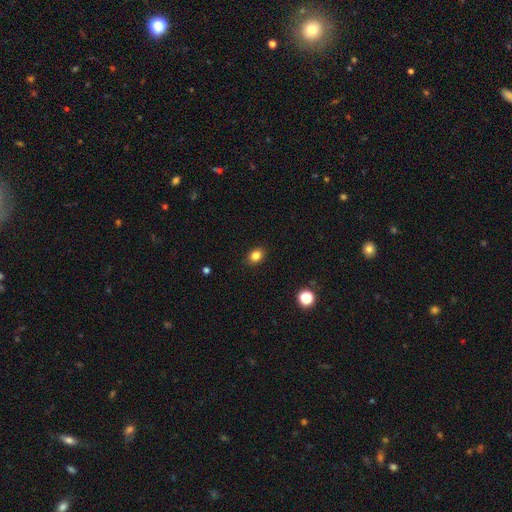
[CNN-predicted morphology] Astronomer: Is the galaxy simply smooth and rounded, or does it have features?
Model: smooth — 84%.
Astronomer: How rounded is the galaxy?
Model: in between — 60% (runner-up: round, 39%).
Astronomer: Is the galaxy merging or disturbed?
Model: none — 89%.